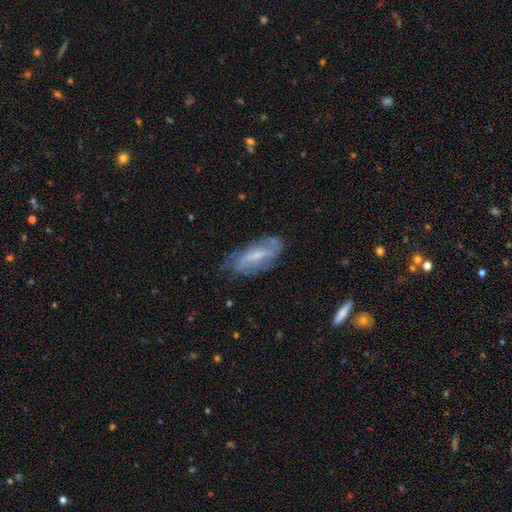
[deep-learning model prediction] This appears to be a featured or disk galaxy (55%). Merging: none (62%).